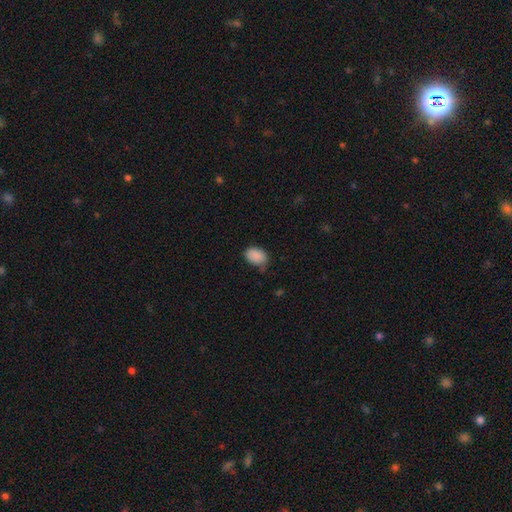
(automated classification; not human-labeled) Smooth or featured: smooth — 88% (star or artifact — 8%)
How rounded: in between — 82% (round — 17%)
Merging: none — 67% (minor disturbance — 26%)